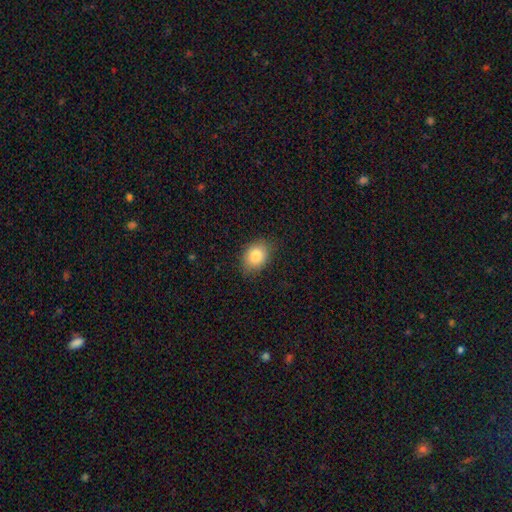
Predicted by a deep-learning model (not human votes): The model was most divided on "how rounded": in between: 69%, round: 30%, cigar-shaped: 1%. More confident: smooth or featured — smooth (85%); merging — none (80%).